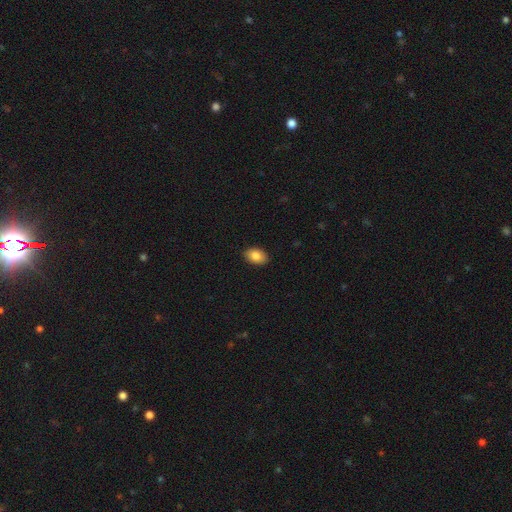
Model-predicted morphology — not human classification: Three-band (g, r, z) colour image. It shows a smooth galaxy with no disk features (85%) that is in between round and cigar-shaped (88%). Merging: none (90%).